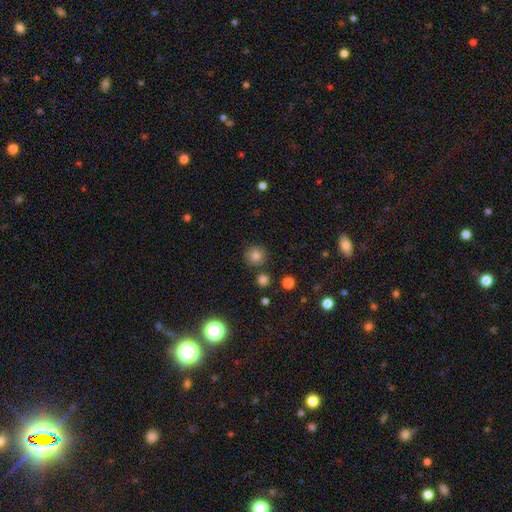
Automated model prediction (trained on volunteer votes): A smooth galaxy with no disk features (79%) that is round (94%).

Vote fractions:
- Smooth or featured? smooth: 79% / star or artifact: 13% / featured or disk: 8%
- How rounded? round: 94% / in between: 5% / cigar-shaped: 1%
- Merging? none: 85% / minor disturbance: 7% / merger: 6% / major disturbance: 2%